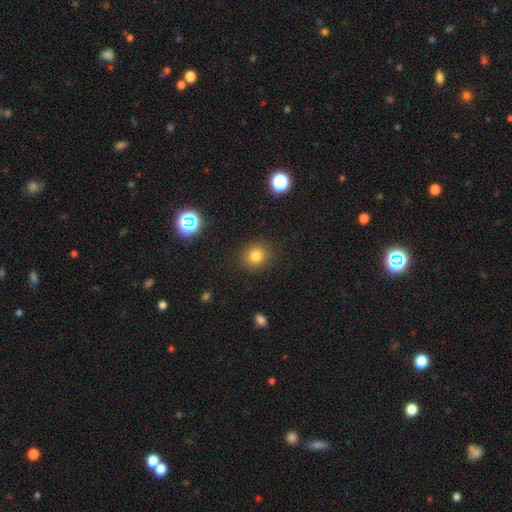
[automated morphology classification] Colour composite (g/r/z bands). It shows a smooth galaxy with no disk features (80%) that is round (84%). Merging: none (89%).